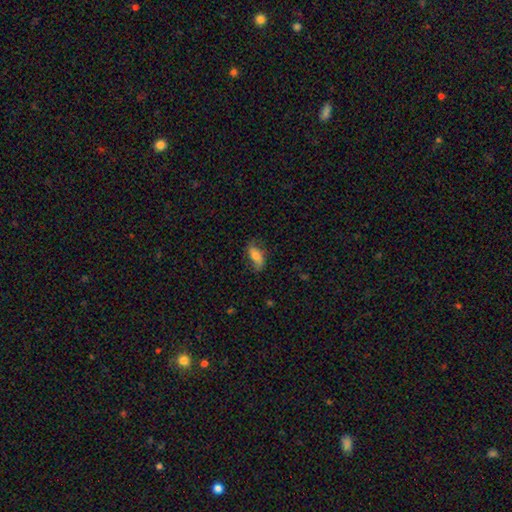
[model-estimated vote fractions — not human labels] smooth_or_featured: smooth (p=0.68) [alt: featured or disk p=0.24]
how_rounded: in between (p=0.82) [alt: cigar-shaped p=0.15]
merging: none (p=0.68) [alt: minor disturbance p=0.24]